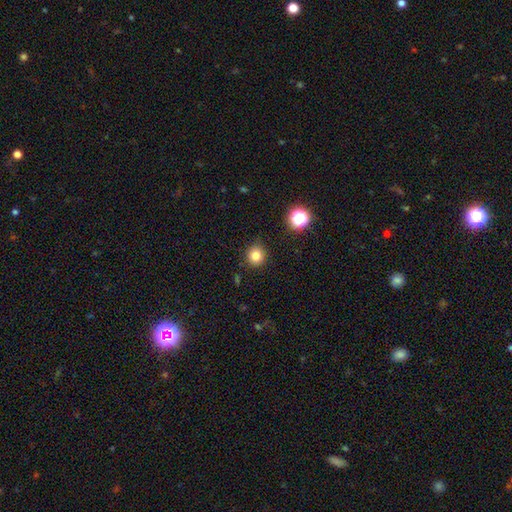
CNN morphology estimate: This appears to be a smooth galaxy with no disk features (81%) that is round (89%). Merging: none (87%).